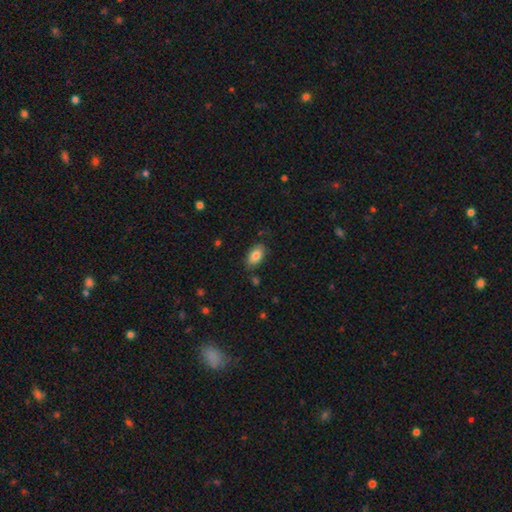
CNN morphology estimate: smooth_or_featured: smooth (p=0.83) [alt: featured or disk p=0.10]
how_rounded: in between (p=0.92) [alt: round p=0.06]
merging: none (p=0.81) [alt: minor disturbance p=0.13]